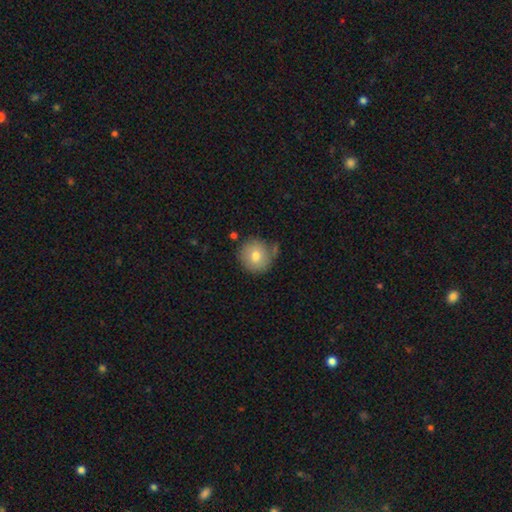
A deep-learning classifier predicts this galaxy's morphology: type=smooth (77%); roundness=round (93%); merging=none (73%).